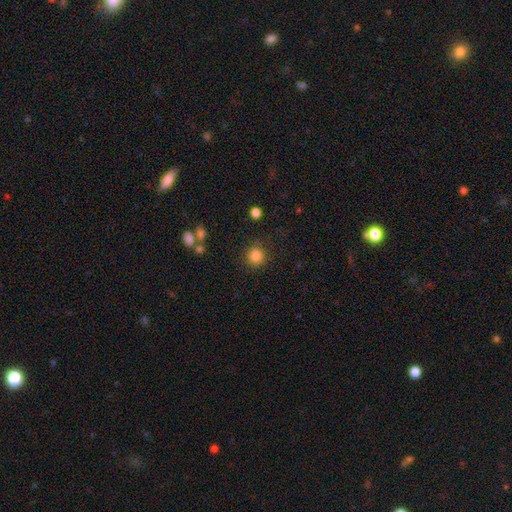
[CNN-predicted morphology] This appears to be a smooth galaxy with no disk features (84%) that is round (91%). Merging: none (86%).